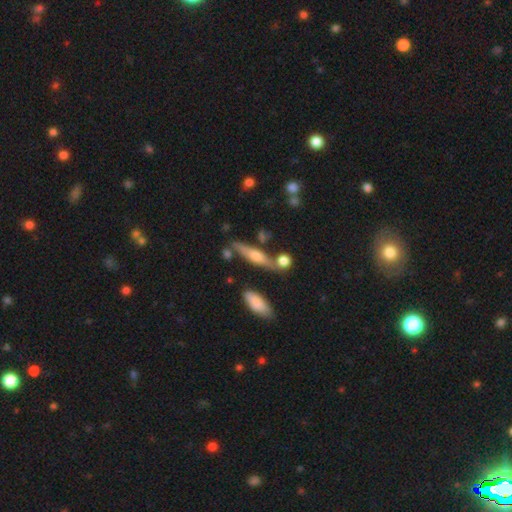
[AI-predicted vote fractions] The model was most divided on "smooth or featured": featured or disk: 56%, smooth: 36%, star or artifact: 8%. More confident: edge-on disk — yes (93%); edge-on bulge — rounded (85%); merging — none (71%).